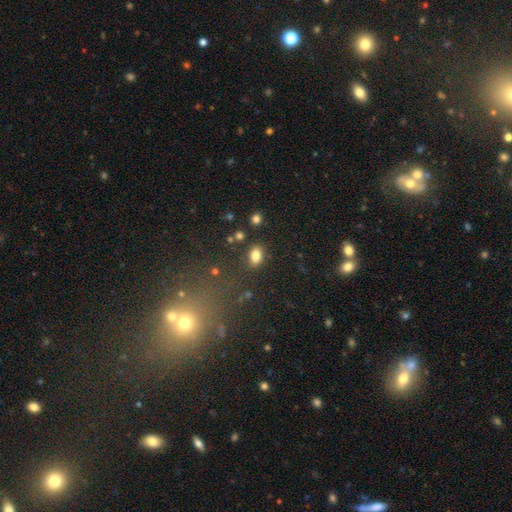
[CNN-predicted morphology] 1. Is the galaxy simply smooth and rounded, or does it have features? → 82% smooth, 11% star or artifact, 7% featured or disk.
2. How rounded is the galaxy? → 83% in between, 15% round, 2% cigar-shaped.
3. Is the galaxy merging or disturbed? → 81% none, 11% minor disturbance, 4% merger, 3% major disturbance.